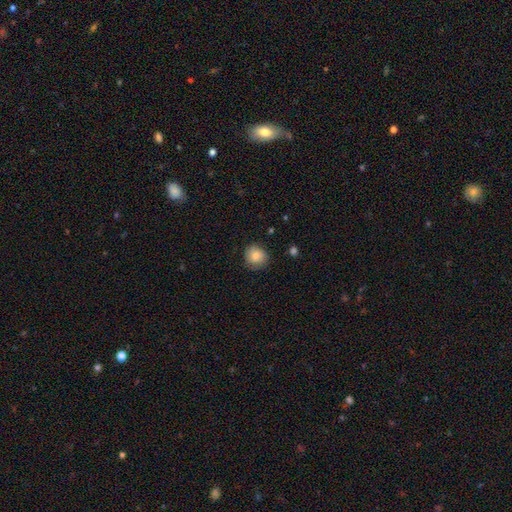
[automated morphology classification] type=smooth (82%); roundness=round (87%); merging=none (81%).